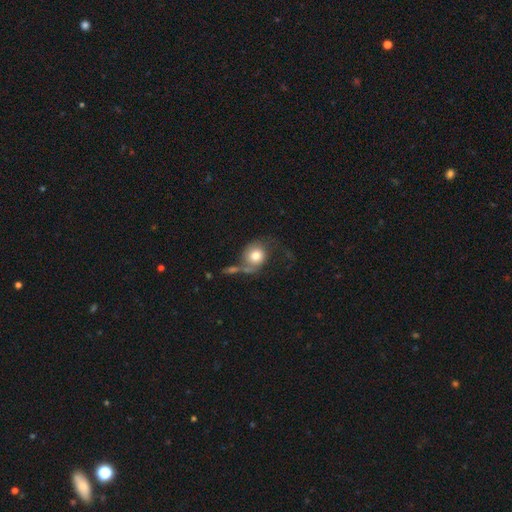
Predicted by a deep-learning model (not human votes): A smooth galaxy with no disk features (70%) that is round (74%).

Vote fractions:
- Smooth or featured? smooth: 70% / featured or disk: 23% / star or artifact: 7%
- How rounded? round: 74% / in between: 24% / cigar-shaped: 1%
- Merging? none: 34% / merger: 24% / major disturbance: 24% / minor disturbance: 19%